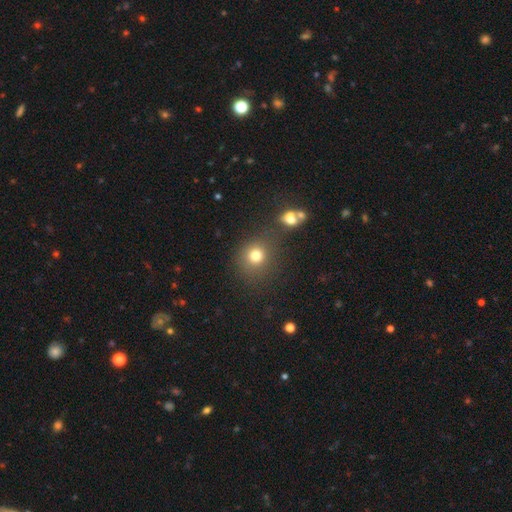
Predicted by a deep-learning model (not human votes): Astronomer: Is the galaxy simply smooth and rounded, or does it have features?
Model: smooth — 77%.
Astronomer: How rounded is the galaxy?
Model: round — 83%.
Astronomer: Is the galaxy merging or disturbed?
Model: none — 73%.